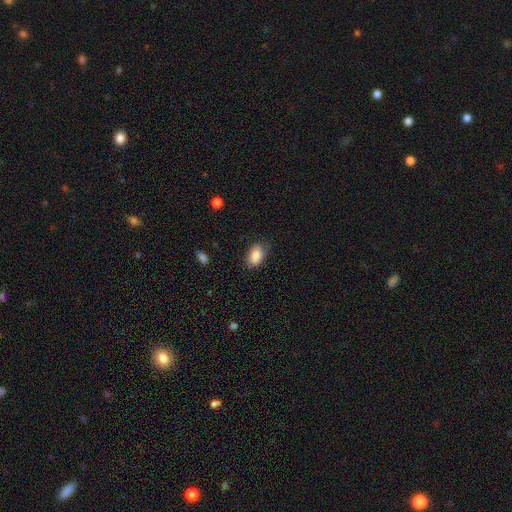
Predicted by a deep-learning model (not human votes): smooth-or-featured: smooth: 87% | star or artifact: 7% | featured or disk: 6%
  how-rounded: in between: 91% | round: 8% | cigar-shaped: 2%
  merging: none: 74% | minor disturbance: 20% | major disturbance: 5% | merger: 1%